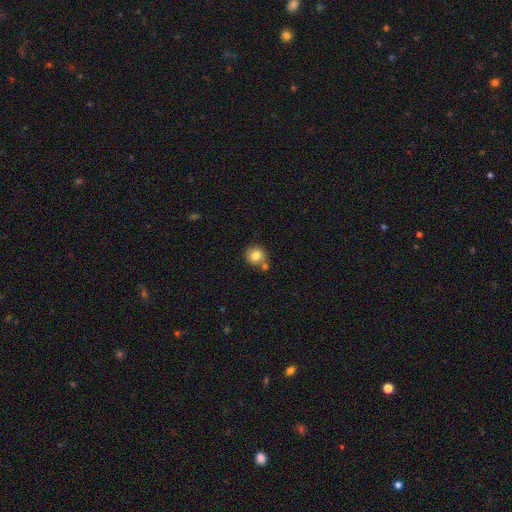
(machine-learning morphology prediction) A smooth galaxy with no disk features (82%) that is round (89%). Merging: none (68%).